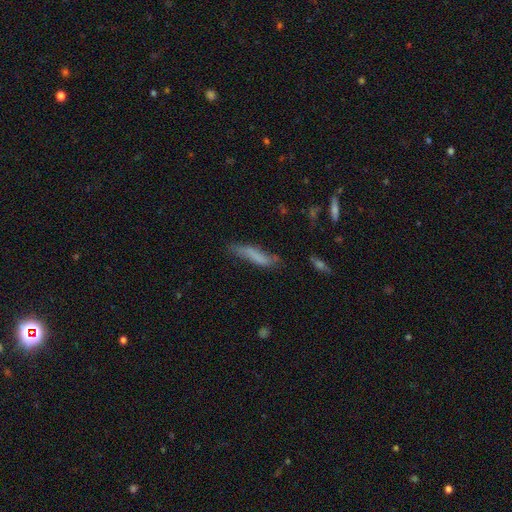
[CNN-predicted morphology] type=smooth (68%); roundness=cigar-shaped (79%); merging=none (54%).